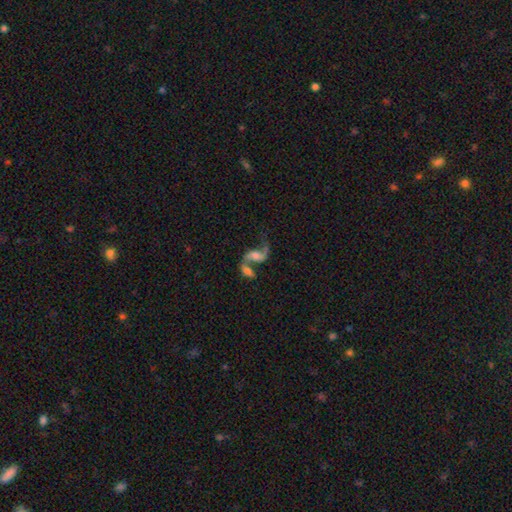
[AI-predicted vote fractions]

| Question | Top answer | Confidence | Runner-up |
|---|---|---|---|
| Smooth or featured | featured or disk | 73% | smooth (18%) |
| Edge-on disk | no | 95% | yes (5%) |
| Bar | no | 53% | weak (34%) |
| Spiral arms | yes | 87% | no (13%) |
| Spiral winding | loose | 83% | medium (14%) |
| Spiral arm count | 2 | 83% | 1 (12%) |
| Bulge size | moderate | 36% | small (28%) |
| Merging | merger | 56% | none (26%) |